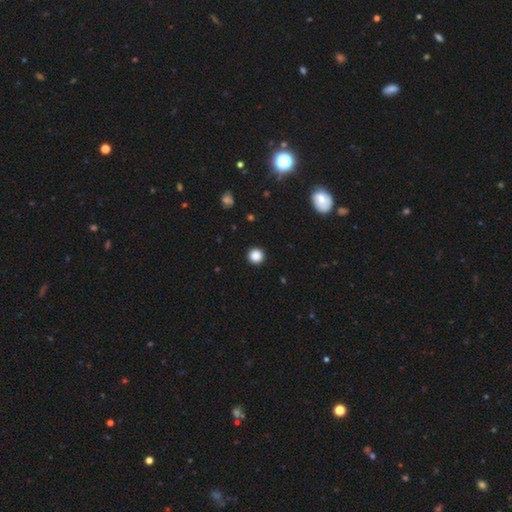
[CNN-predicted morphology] smooth_or_featured: smooth (p=0.87) [alt: star or artifact p=0.11]
how_rounded: round (p=0.95) [alt: in between p=0.04]
merging: none (p=0.92) [alt: minor disturbance p=0.05]